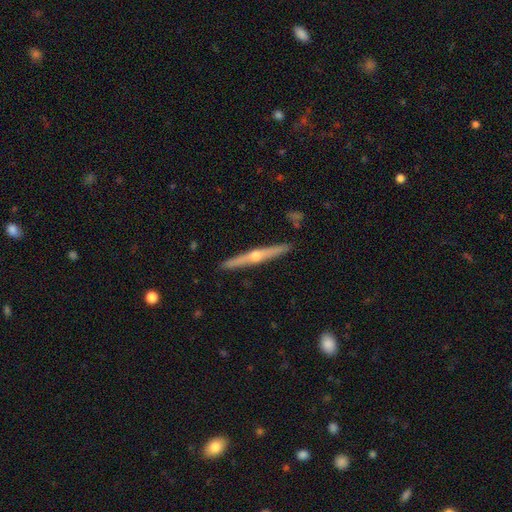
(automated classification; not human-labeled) Smooth or featured?
  - featured or disk: 77% *
  - smooth: 17%
  - star or artifact: 5%
Edge-on disk?
  - yes: 98% *
  - no: 2%
Edge-on bulge?
  - rounded: 91% *
  - none: 6%
  - boxy: 2%
Merging?
  - none: 91% *
  - minor disturbance: 6%
  - major disturbance: 1%
  - merger: 1%